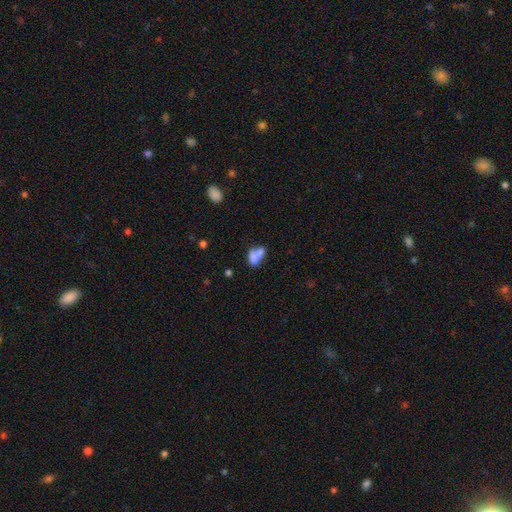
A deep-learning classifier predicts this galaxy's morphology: smooth-or-featured: smooth: 68% | featured or disk: 21% | star or artifact: 10%
  how-rounded: in between: 77% | round: 19% | cigar-shaped: 4%
  merging: merger: 61% | none: 22% | minor disturbance: 9% | major disturbance: 7%